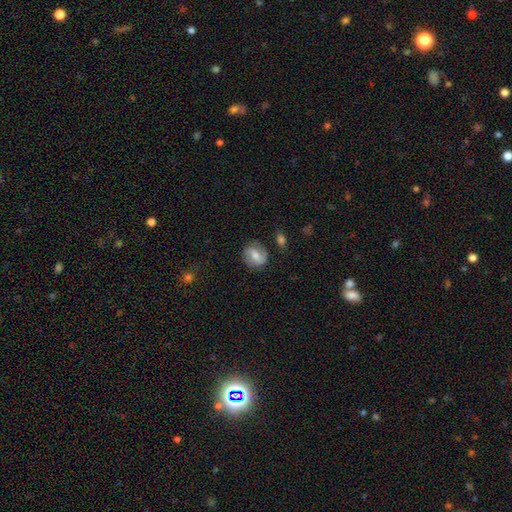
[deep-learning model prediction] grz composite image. It shows a smooth galaxy with no disk features (48%). Merging: none (76%).